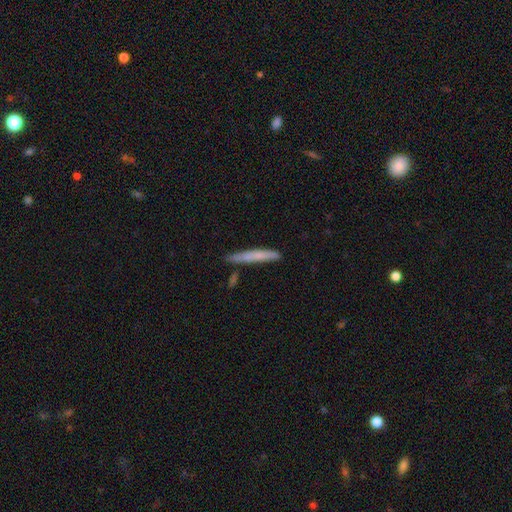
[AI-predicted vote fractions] The model was most divided on "smooth or featured": smooth: 66%, featured or disk: 28%, star or artifact: 6%. More confident: how rounded — cigar-shaped (95%); merging — none (76%).